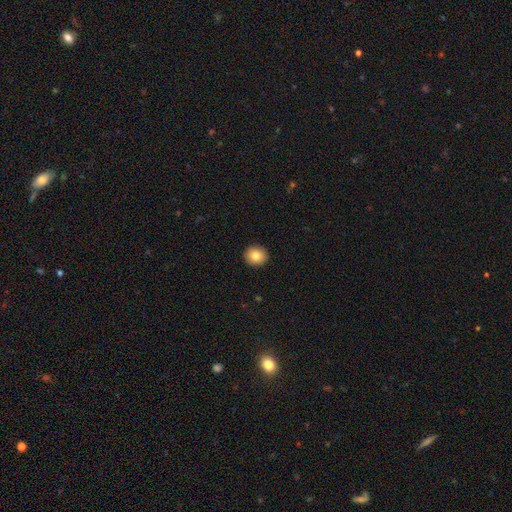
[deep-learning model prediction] The model was most divided on "how rounded": round: 85%, in between: 14%, cigar-shaped: 1%. More confident: merging — none (92%); smooth or featured — smooth (82%).